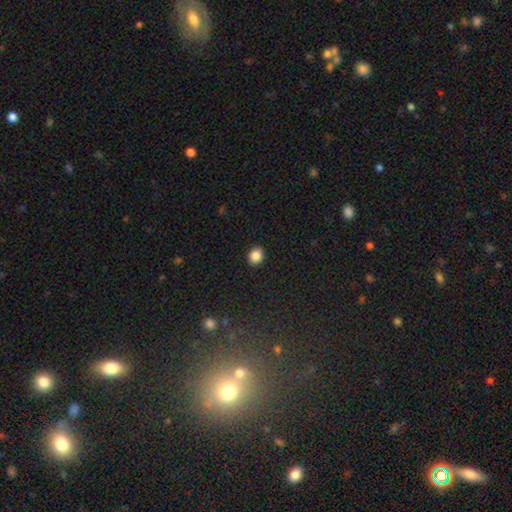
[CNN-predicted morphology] A smooth galaxy with no disk features (86%) that is round (62%). Merging: none (92%).